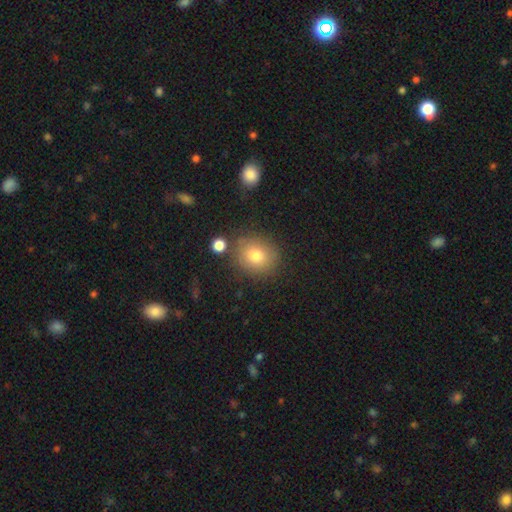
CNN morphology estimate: A smooth galaxy with no disk features (77%) that is round (75%).

Vote fractions:
- Smooth or featured? smooth: 77% / star or artifact: 12% / featured or disk: 11%
- How rounded? round: 75% / in between: 24% / cigar-shaped: 1%
- Merging? none: 80% / minor disturbance: 12% / merger: 5% / major disturbance: 4%